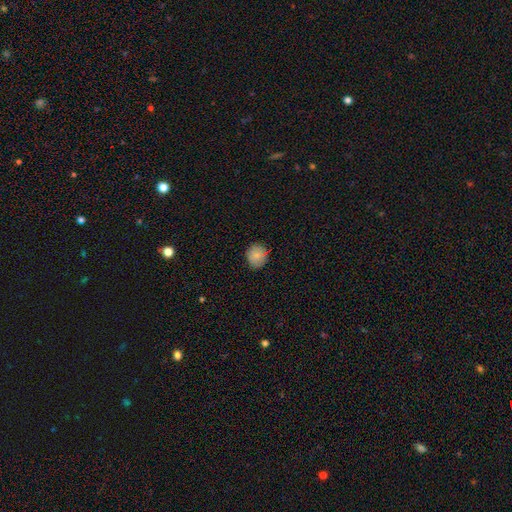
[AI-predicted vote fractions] Smooth or featured?
  - smooth: 82% *
  - star or artifact: 10%
  - featured or disk: 8%
How rounded?
  - round: 77% *
  - in between: 22%
  - cigar-shaped: 1%
Merging?
  - none: 82% *
  - minor disturbance: 14%
  - major disturbance: 2%
  - merger: 2%